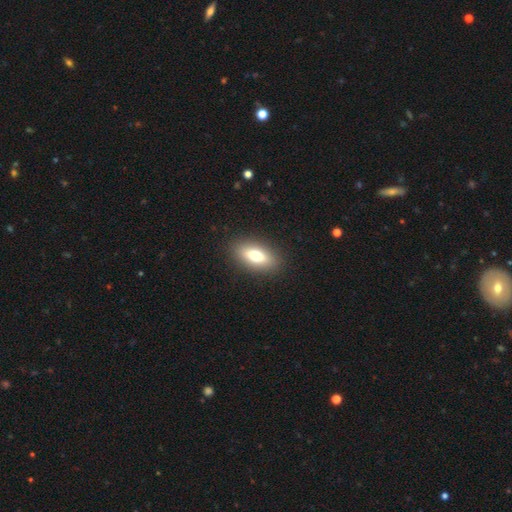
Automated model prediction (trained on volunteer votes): Smooth or featured: smooth — 70% (featured or disk — 21%)
How rounded: in between — 80% (cigar-shaped — 15%)
Merging: none — 88% (minor disturbance — 8%)